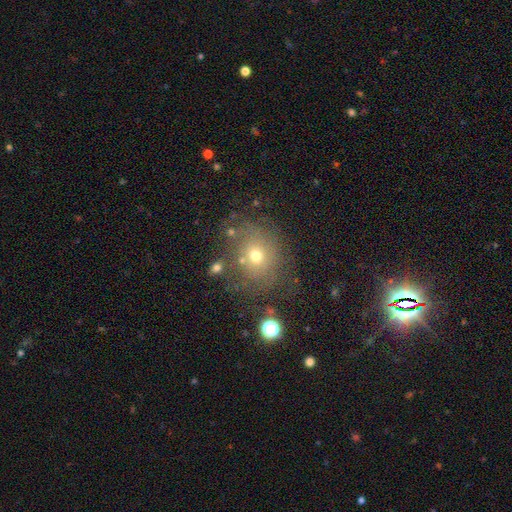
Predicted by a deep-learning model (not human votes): Smooth or featured?
  - smooth: 61% *
  - star or artifact: 19%
  - featured or disk: 19%
How rounded?
  - round: 72% *
  - in between: 27%
  - cigar-shaped: 1%
Merging?
  - none: 69% *
  - minor disturbance: 16%
  - major disturbance: 9%
  - merger: 6%